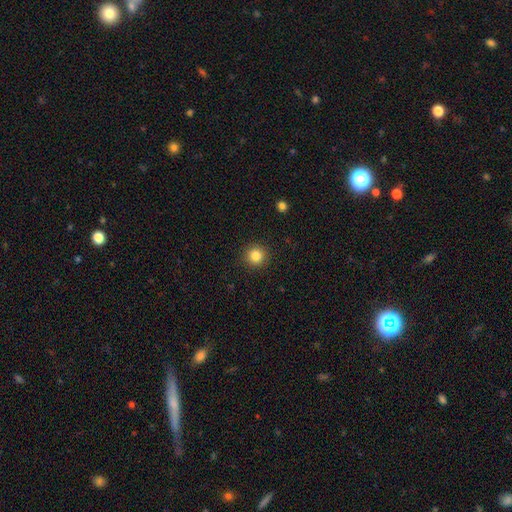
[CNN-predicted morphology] A smooth galaxy with no disk features (84%) that is round (94%).

Vote fractions:
- Smooth or featured? smooth: 84% / star or artifact: 11% / featured or disk: 5%
- How rounded? round: 94% / in between: 5% / cigar-shaped: 1%
- Merging? none: 91% / minor disturbance: 5% / major disturbance: 2% / merger: 1%